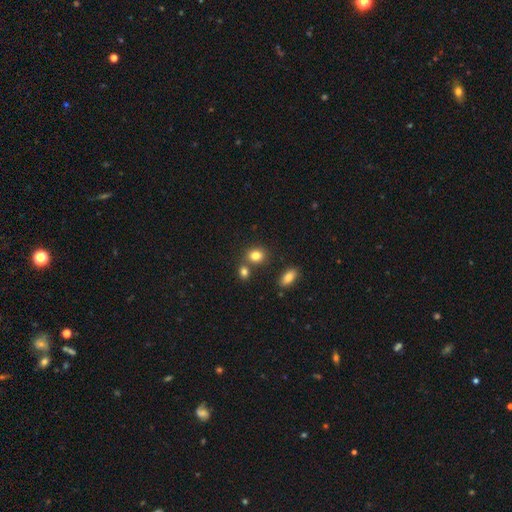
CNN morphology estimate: The model was most divided on "how rounded": round: 61%, in between: 38%, cigar-shaped: 1%. More confident: smooth or featured — smooth (81%); merging — none (67%).